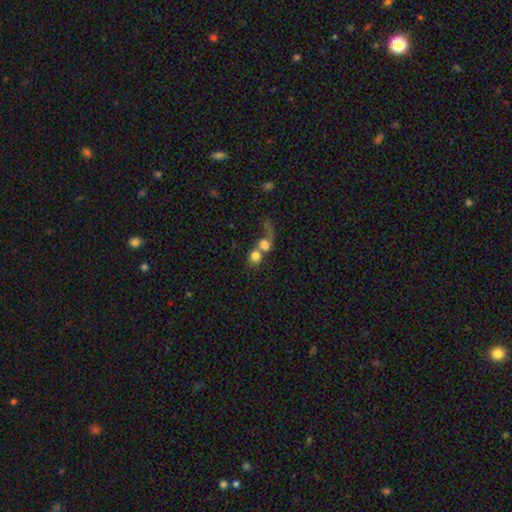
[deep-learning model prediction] smooth-or-featured: smooth: 70% | featured or disk: 19% | star or artifact: 11%
  how-rounded: round: 74% | in between: 24% | cigar-shaped: 2%
  merging: merger: 65% | none: 17% | major disturbance: 12% | minor disturbance: 6%